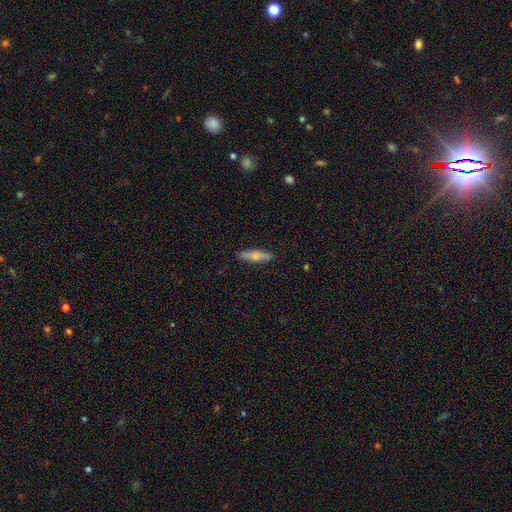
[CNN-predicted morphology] Overall: smooth (70%). How rounded: cigar-shaped (73%). Merging: none (87%).